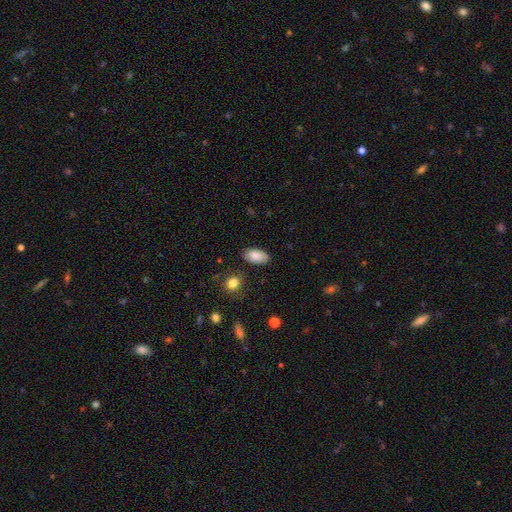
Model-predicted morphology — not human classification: Smooth or featured: smooth — 85% (featured or disk — 8%)
How rounded: in between — 94% (round — 3%)
Merging: none — 82% (minor disturbance — 13%)